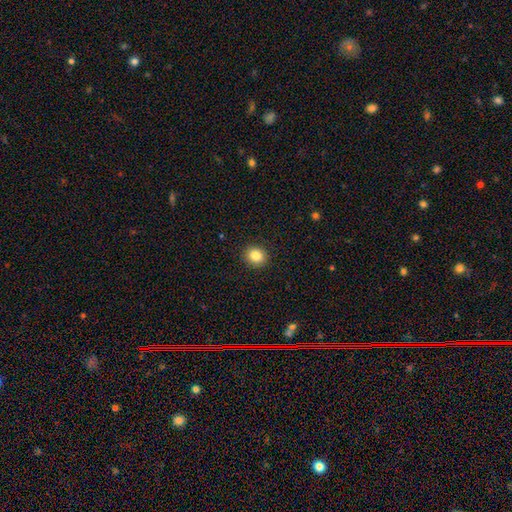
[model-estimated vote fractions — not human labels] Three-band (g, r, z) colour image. It shows a smooth galaxy with no disk features (85%) that is round (76%). Merging: none (91%).